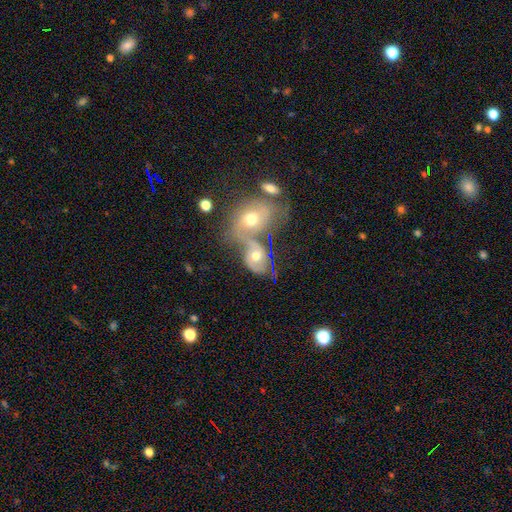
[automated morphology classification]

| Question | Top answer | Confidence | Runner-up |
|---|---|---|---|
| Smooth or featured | featured or disk | 46% | smooth (43%) |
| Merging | merger | 59% | none (22%) |